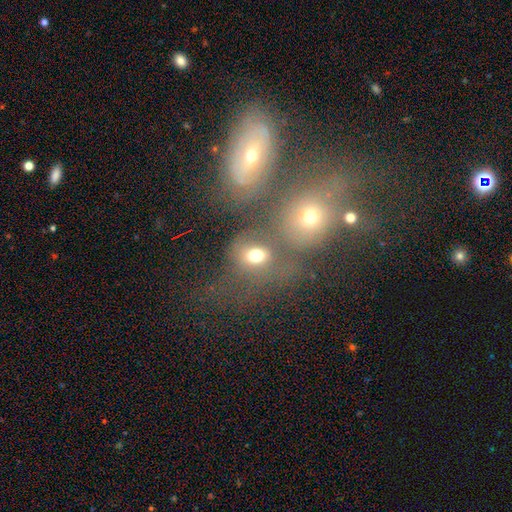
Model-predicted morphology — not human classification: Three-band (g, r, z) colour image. It shows a smooth galaxy with no disk features (66%) that is round (58%). Merging: merger (40%).